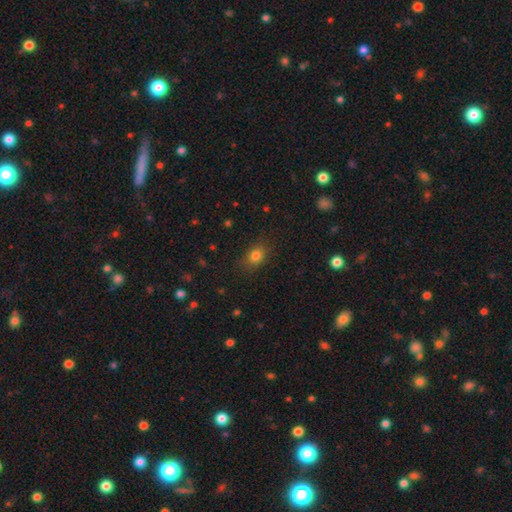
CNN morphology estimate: Smooth or featured: smooth — 79% (star or artifact — 13%)
How rounded: in between — 57% (round — 41%)
Merging: none — 81% (minor disturbance — 14%)